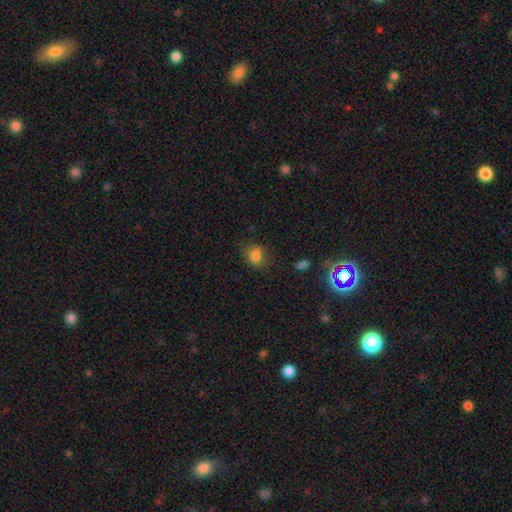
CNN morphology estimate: A smooth galaxy with no disk features (79%) that is round (51%). Merging: none (64%).